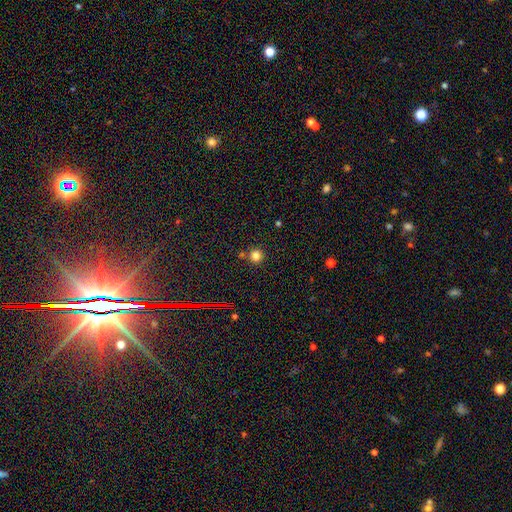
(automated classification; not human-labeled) Q: Smooth or featured?
A: smooth (80%); runner-up: star or artifact (16%)
Q: How rounded?
A: round (95%); runner-up: in between (4%)
Q: Merging?
A: none (82%); runner-up: merger (10%)